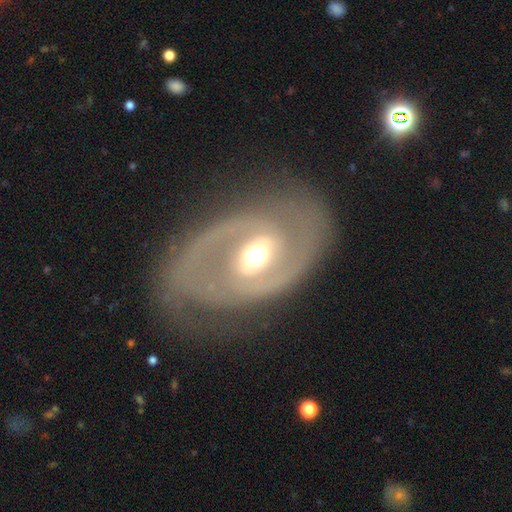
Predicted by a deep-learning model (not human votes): Smooth or featured? featured or disk (78%)
Edge-on disk? no (93%)
Bar? no (39%)
Spiral arms? yes (60%)
Bulge size? moderate (65%)
Merging? none (73%)